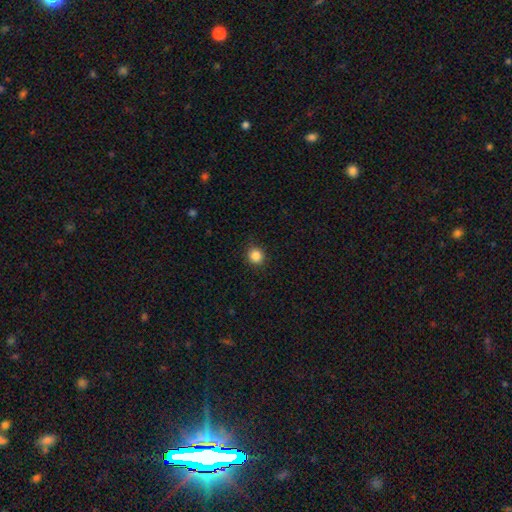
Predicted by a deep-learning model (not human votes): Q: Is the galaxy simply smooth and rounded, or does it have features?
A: smooth — 86%.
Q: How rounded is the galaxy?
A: round — 90%.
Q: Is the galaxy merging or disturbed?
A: none — 90%.